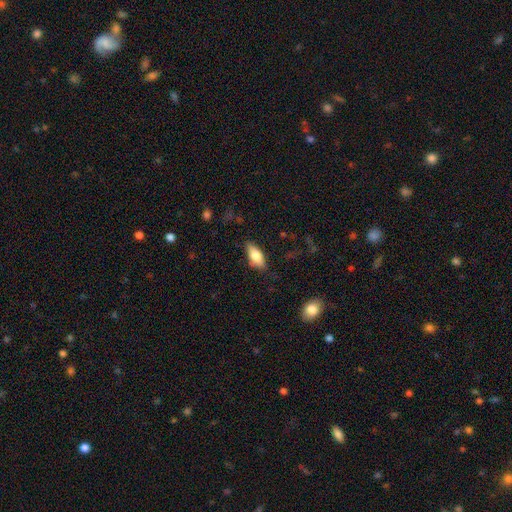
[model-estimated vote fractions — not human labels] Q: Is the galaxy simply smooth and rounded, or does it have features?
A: smooth — 72%.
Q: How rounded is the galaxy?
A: in between — 80%.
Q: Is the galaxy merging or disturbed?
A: none — 81%.